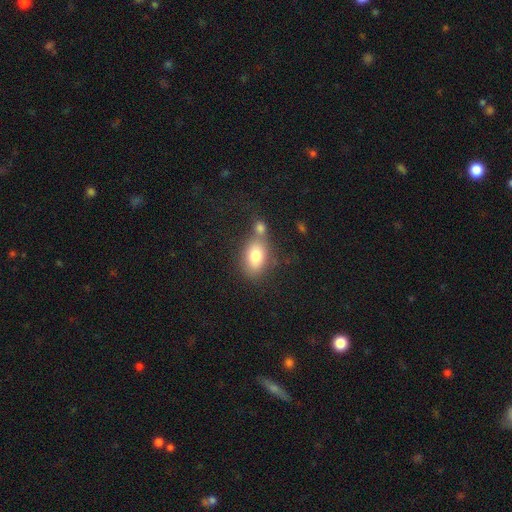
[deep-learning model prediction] Smooth or featured? smooth (78%)
How rounded? in between (82%)
Merging? none (48%)